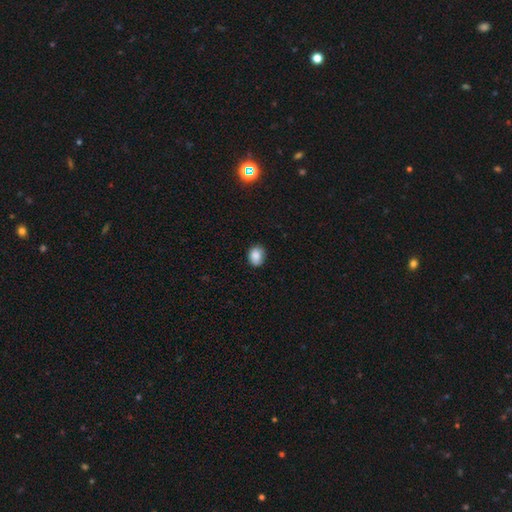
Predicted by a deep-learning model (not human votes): Morphology: type=smooth (86%); roundness=in between (51%); merging=none (83%).